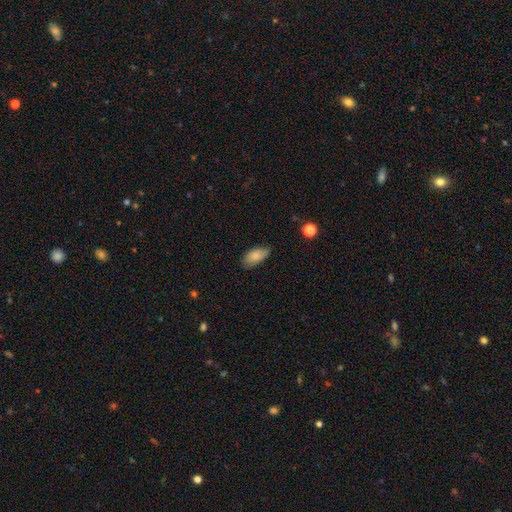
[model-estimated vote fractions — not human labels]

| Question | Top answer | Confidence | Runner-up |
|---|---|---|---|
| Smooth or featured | smooth | 83% | featured or disk (9%) |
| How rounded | in between | 92% | cigar-shaped (5%) |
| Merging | none | 64% | minor disturbance (29%) |